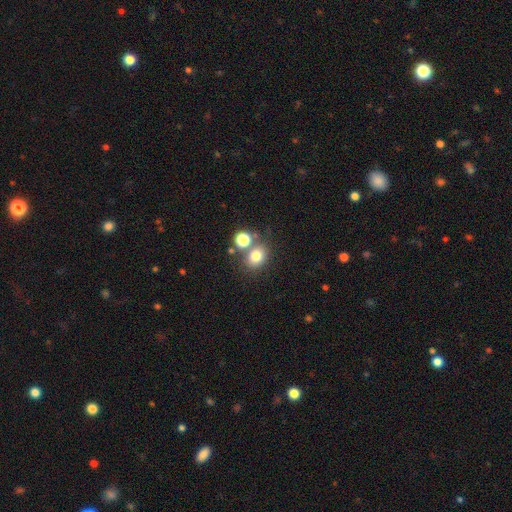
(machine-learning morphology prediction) The model was most divided on "how rounded": round: 63%, in between: 36%, cigar-shaped: 1%. More confident: smooth or featured — smooth (76%); merging — none (63%).